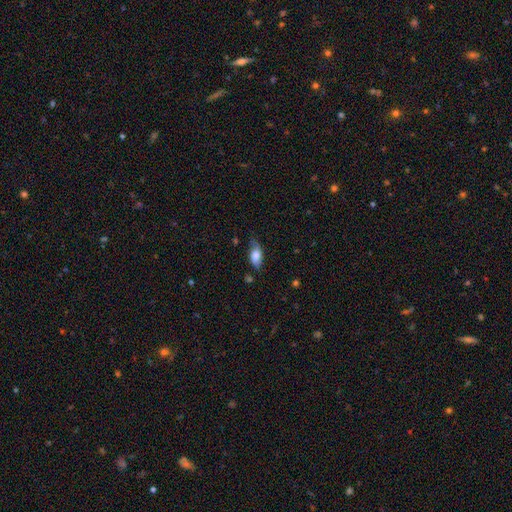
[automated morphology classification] A smooth galaxy with no disk features (68%) that is in between round and cigar-shaped (88%).

Vote fractions:
- Smooth or featured? smooth: 68% / featured or disk: 25% / star or artifact: 7%
- How rounded? in between: 88% / cigar-shaped: 8% / round: 4%
- Merging? none: 60% / minor disturbance: 30% / major disturbance: 8% / merger: 2%